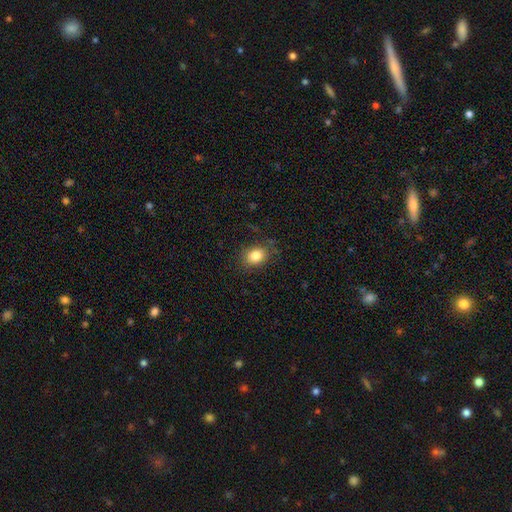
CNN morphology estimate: A smooth galaxy with no disk features (83%) that is in between round and cigar-shaped (57%).

Vote fractions:
- Smooth or featured? smooth: 83% / star or artifact: 10% / featured or disk: 8%
- How rounded? in between: 57% / round: 42% / cigar-shaped: 1%
- Merging? none: 80% / minor disturbance: 14% / major disturbance: 4% / merger: 1%